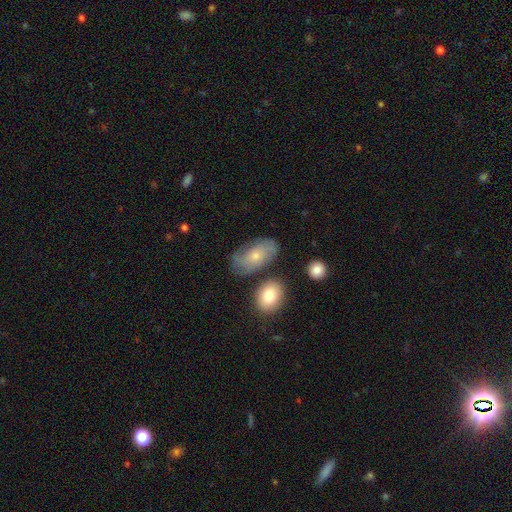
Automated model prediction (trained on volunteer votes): A smooth galaxy with no disk features (57%) that is in between round and cigar-shaped (92%). Merging: none (60%).